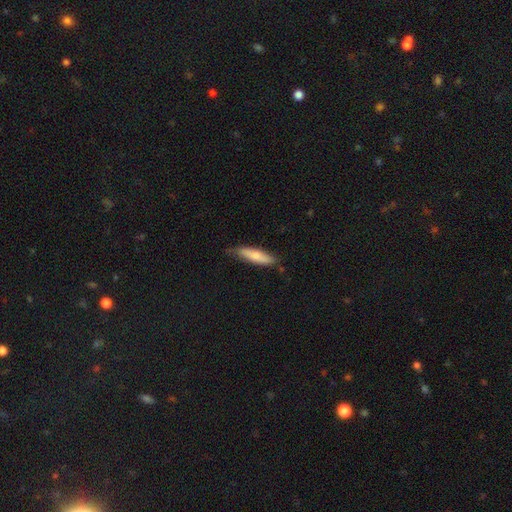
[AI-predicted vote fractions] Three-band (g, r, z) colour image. It shows a smooth galaxy with no disk features (77%) that is cigar-shaped (72%). Merging: none (75%).